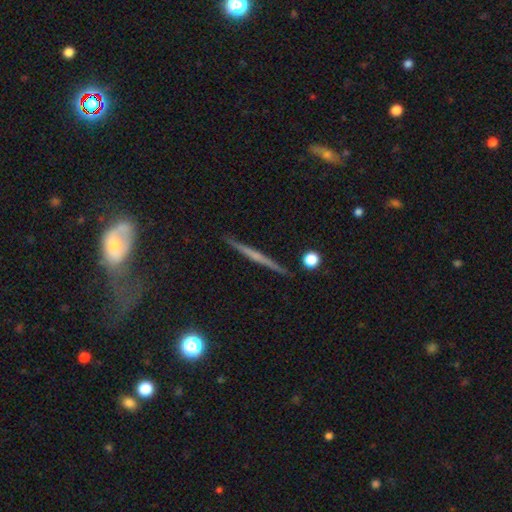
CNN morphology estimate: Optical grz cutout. It shows a featured or disk galaxy (65%) viewed edge-on (98%) with no central bulge (57%). Merging: none (92%).